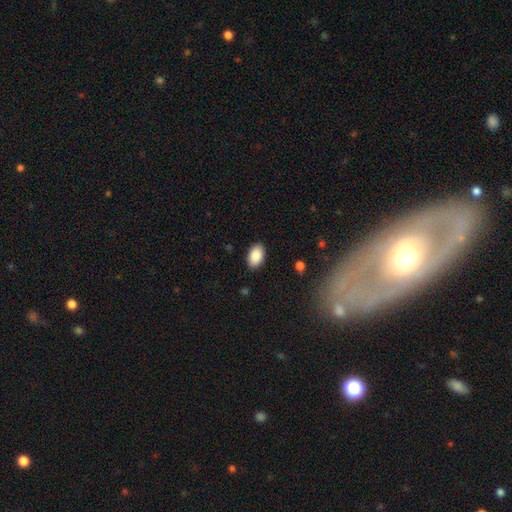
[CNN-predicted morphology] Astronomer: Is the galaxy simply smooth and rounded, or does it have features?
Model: smooth — 88%.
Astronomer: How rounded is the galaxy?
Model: in between — 92%.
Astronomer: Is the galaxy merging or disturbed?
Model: none — 88%.